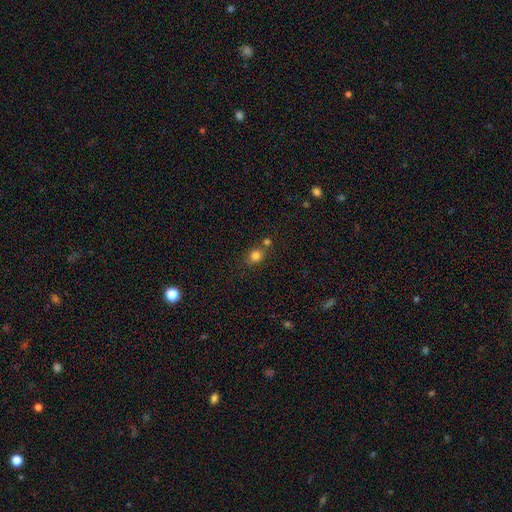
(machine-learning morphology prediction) This appears to be a smooth galaxy with no disk features (82%) that is round (72%). Merging: none (61%).